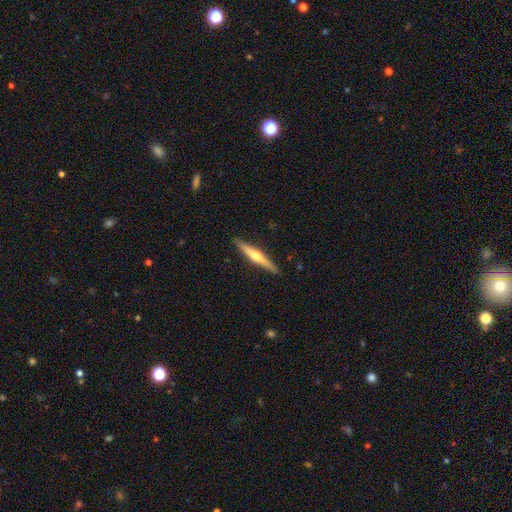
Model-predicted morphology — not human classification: Q: Smooth or featured?
A: featured or disk (63%); runner-up: smooth (32%)
Q: Edge-on disk?
A: yes (97%); runner-up: no (3%)
Q: Edge-on bulge?
A: rounded (87%); runner-up: none (9%)
Q: Merging?
A: none (90%); runner-up: minor disturbance (7%)